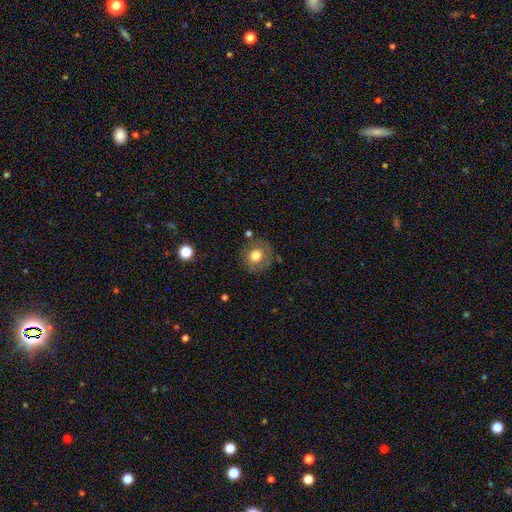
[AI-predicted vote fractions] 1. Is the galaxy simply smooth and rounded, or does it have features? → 71% smooth, 20% featured or disk, 10% star or artifact.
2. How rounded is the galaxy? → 88% round, 12% in between, 1% cigar-shaped.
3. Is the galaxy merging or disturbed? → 78% none, 14% minor disturbance, 5% major disturbance, 3% merger.